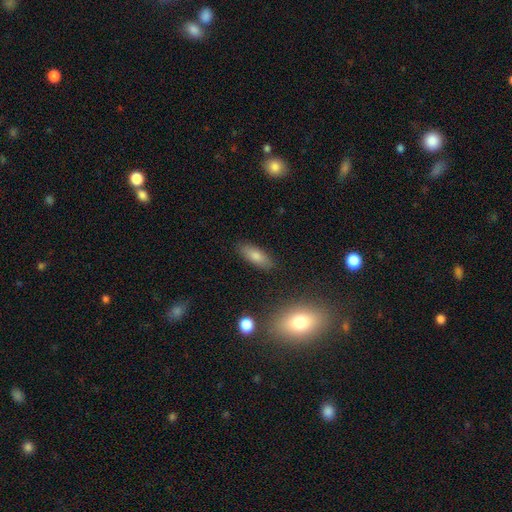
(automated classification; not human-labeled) Smooth or featured: smooth — 76% (featured or disk — 15%)
How rounded: in between — 70% (cigar-shaped — 27%)
Merging: none — 86% (minor disturbance — 9%)